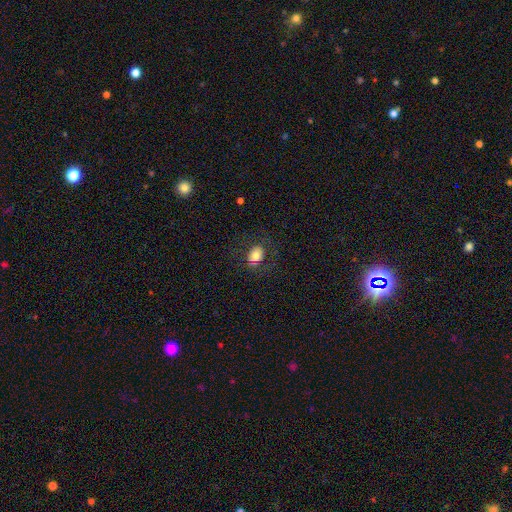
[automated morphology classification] A smooth galaxy with no disk features (72%) that is in between round and cigar-shaped (64%). Merging: none (75%).